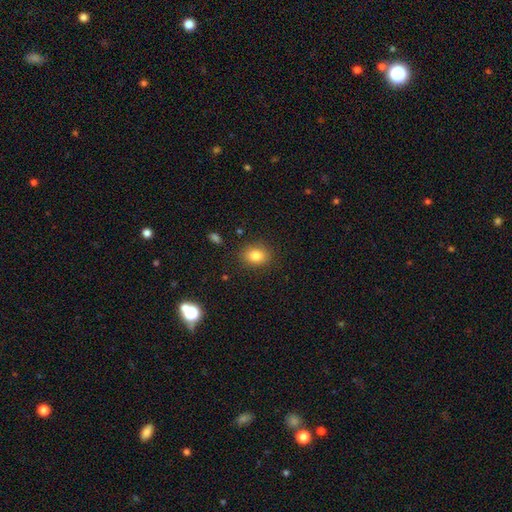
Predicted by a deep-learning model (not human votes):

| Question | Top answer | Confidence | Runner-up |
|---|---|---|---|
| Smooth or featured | smooth | 83% | star or artifact (10%) |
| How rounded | in between | 53% | round (46%) |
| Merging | none | 86% | minor disturbance (10%) |